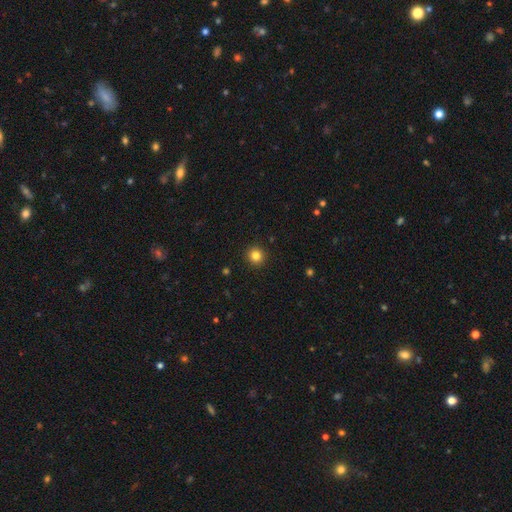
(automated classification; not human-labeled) Morphology: type=smooth (83%); roundness=round (94%); merging=none (93%).